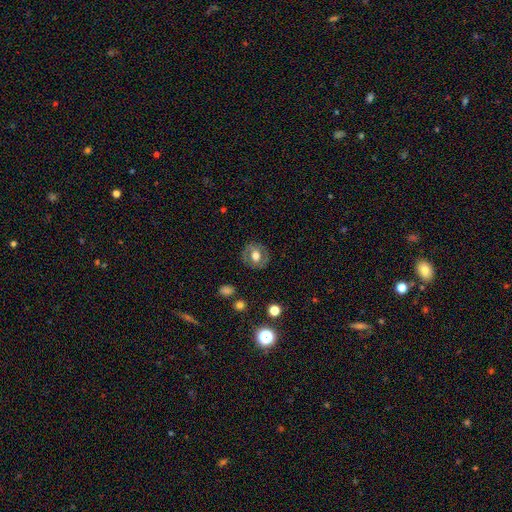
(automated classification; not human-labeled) smooth_or_featured: smooth (p=0.48) [alt: featured or disk p=0.45]
merging: none (p=0.83) [alt: minor disturbance p=0.11]